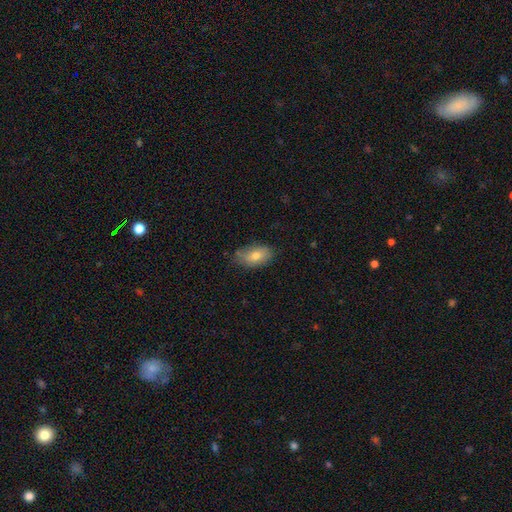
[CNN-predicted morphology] smooth-or-featured: smooth: 74% | featured or disk: 18% | star or artifact: 8%
  how-rounded: in between: 91% | round: 7% | cigar-shaped: 3%
  merging: none: 73% | minor disturbance: 22% | major disturbance: 4% | merger: 2%